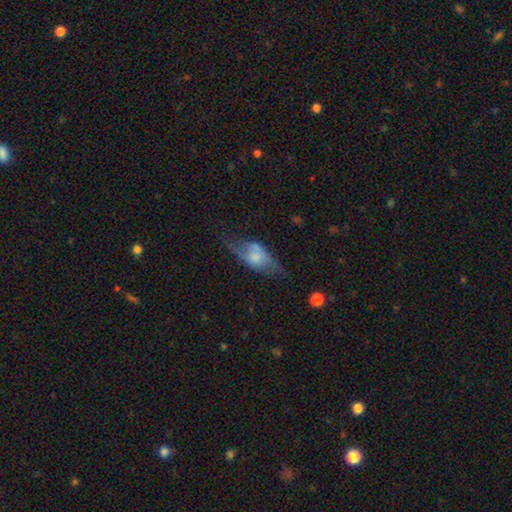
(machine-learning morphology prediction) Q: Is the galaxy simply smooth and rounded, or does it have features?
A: featured or disk — 55%.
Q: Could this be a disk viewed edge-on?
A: no — 66%.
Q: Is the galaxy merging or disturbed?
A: none — 44%.